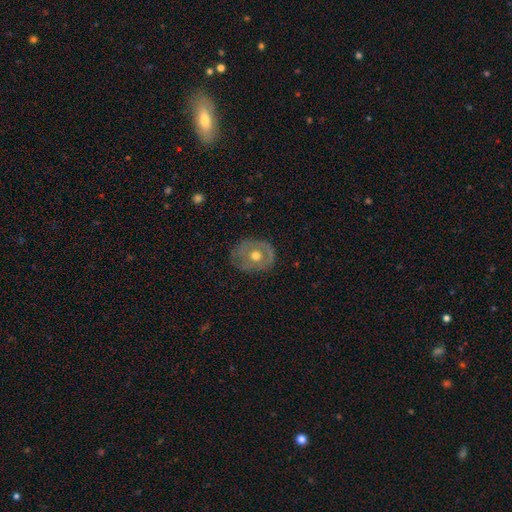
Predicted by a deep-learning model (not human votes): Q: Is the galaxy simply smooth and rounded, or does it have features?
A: featured or disk — 55%.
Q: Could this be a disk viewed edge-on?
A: no — 95%.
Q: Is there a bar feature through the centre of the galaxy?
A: no — 88%.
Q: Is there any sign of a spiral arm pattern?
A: no — 68%.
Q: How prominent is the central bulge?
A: moderate — 79%.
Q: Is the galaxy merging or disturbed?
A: none — 70%.